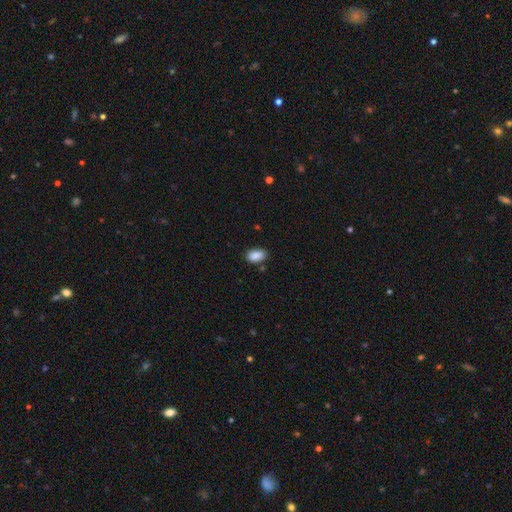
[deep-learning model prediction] Morphology: type=smooth (88%); roundness=in between (92%); merging=none (81%).